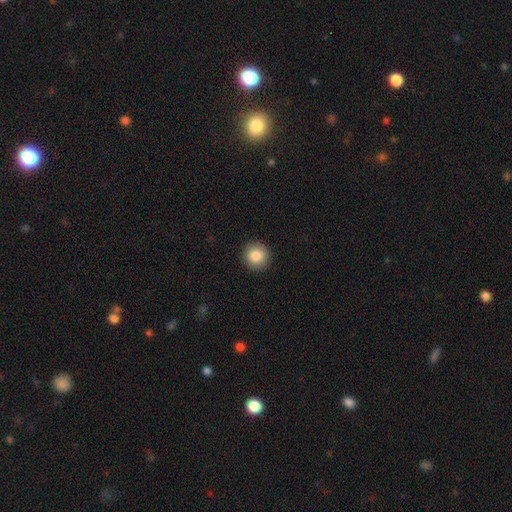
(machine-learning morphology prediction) Smooth or featured: smooth — 86% (star or artifact — 8%)
How rounded: round — 95% (in between — 4%)
Merging: none — 93% (minor disturbance — 5%)